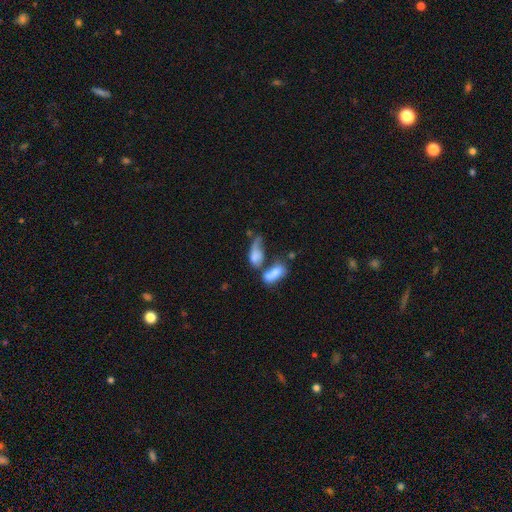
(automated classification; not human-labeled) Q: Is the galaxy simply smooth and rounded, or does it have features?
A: smooth — 64%.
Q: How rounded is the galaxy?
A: in between — 78%.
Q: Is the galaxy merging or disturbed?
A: merger — 57%.